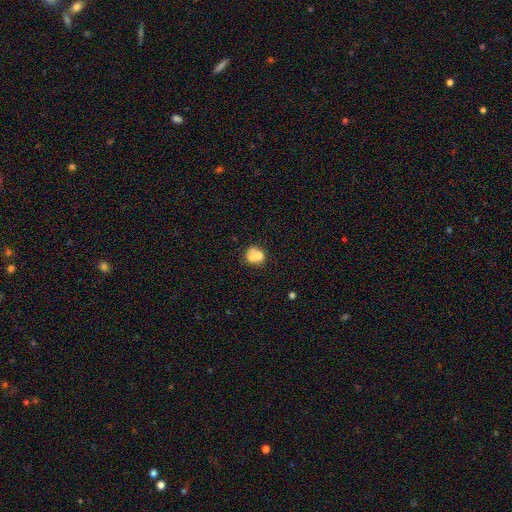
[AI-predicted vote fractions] smooth_or_featured: smooth (p=0.63) [alt: featured or disk p=0.27]
how_rounded: round (p=0.61) [alt: in between p=0.38]
merging: merger (p=0.55) [alt: none p=0.28]